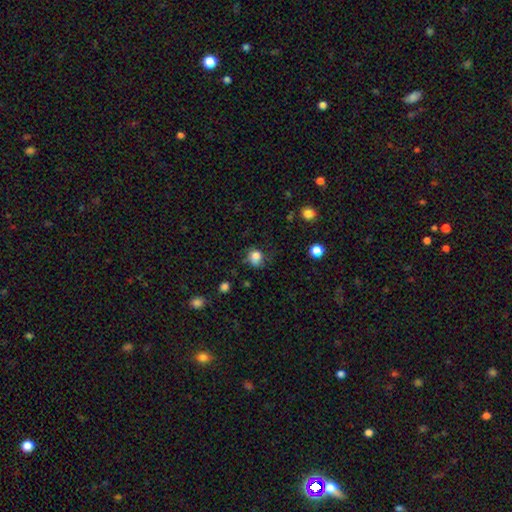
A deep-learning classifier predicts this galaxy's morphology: Overall: smooth (80%). How rounded: round (67%; in between 32%). Merging: none (55%; minor disturbance 29%).